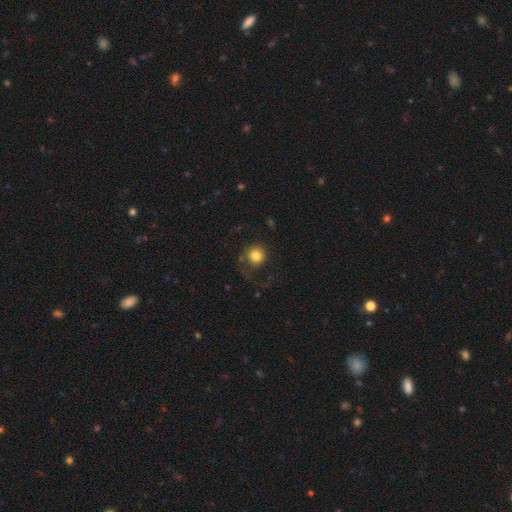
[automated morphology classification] Smooth or featured? smooth (77%)
How rounded? round (91%)
Merging? none (57%)